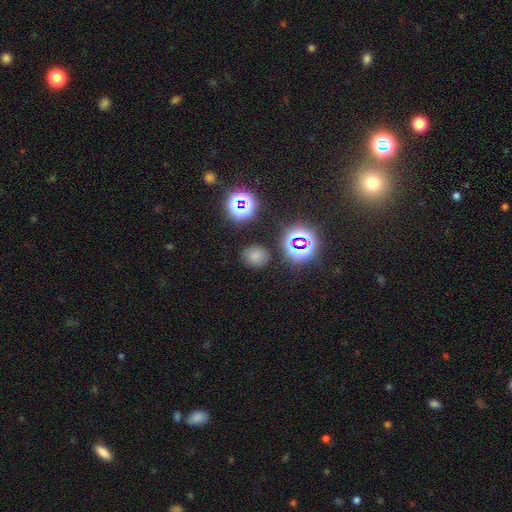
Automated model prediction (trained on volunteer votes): smooth_or_featured: smooth (p=0.67) [alt: star or artifact p=0.25]
how_rounded: round (p=0.66) [alt: in between p=0.33]
merging: none (p=0.80) [alt: minor disturbance p=0.12]